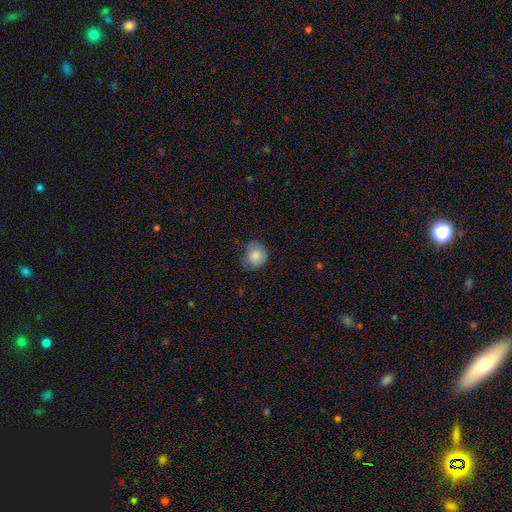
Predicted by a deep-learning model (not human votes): A smooth galaxy with no disk features (83%) that is round (75%). Merging: none (62%).